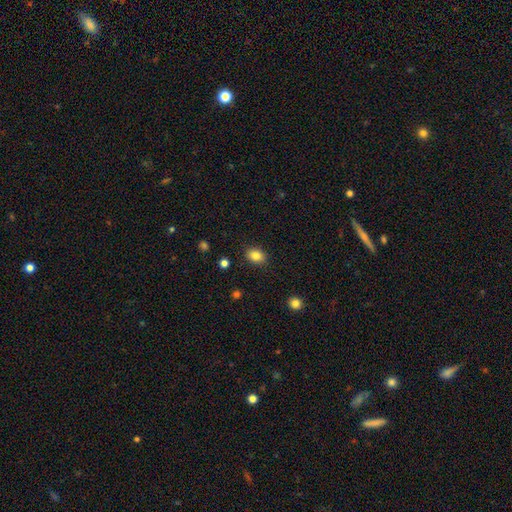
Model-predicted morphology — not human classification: smooth-or-featured: smooth: 84% | star or artifact: 10% | featured or disk: 6%
  how-rounded: in between: 68% | round: 31% | cigar-shaped: 1%
  merging: none: 88% | minor disturbance: 9% | major disturbance: 2% | merger: 1%